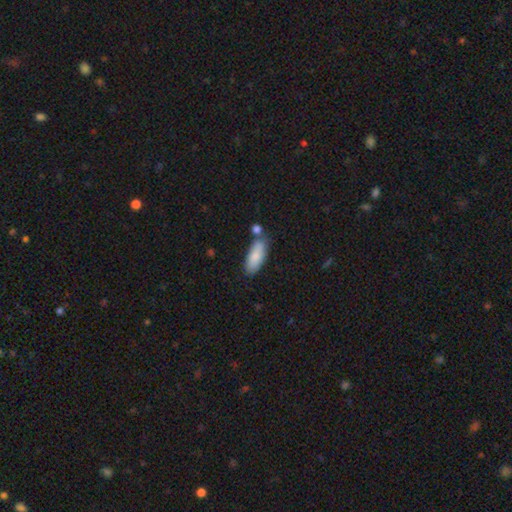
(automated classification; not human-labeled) A smooth galaxy with no disk features (83%) that is in between round and cigar-shaped (76%). Merging: none (65%).